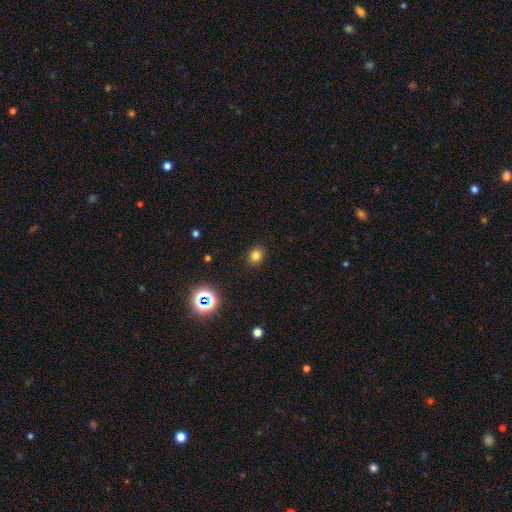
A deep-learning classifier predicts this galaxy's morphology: A smooth galaxy with no disk features (78%) that is round (64%). Merging: none (89%).